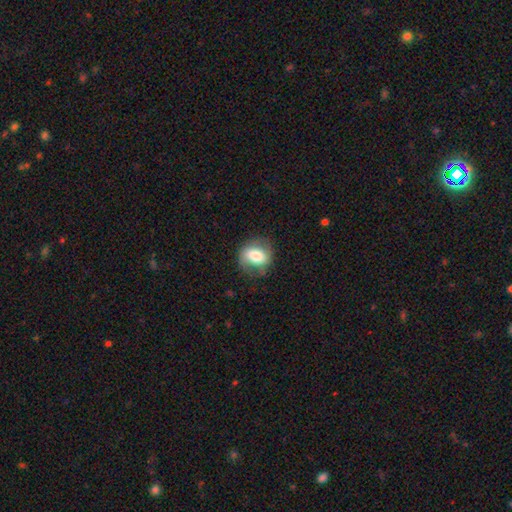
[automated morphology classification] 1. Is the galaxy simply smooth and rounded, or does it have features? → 66% smooth, 27% featured or disk, 8% star or artifact.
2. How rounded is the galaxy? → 51% in between, 48% round, 2% cigar-shaped.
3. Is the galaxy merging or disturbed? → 69% none, 21% minor disturbance, 9% major disturbance, 1% merger.